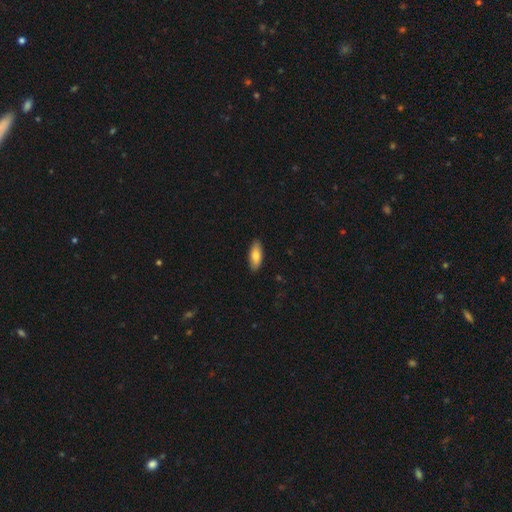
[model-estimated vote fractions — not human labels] Smooth or featured?
  - smooth: 80% *
  - featured or disk: 13%
  - star or artifact: 6%
How rounded?
  - in between: 79% *
  - cigar-shaped: 19%
  - round: 2%
Merging?
  - none: 89% *
  - minor disturbance: 9%
  - major disturbance: 2%
  - merger: 1%